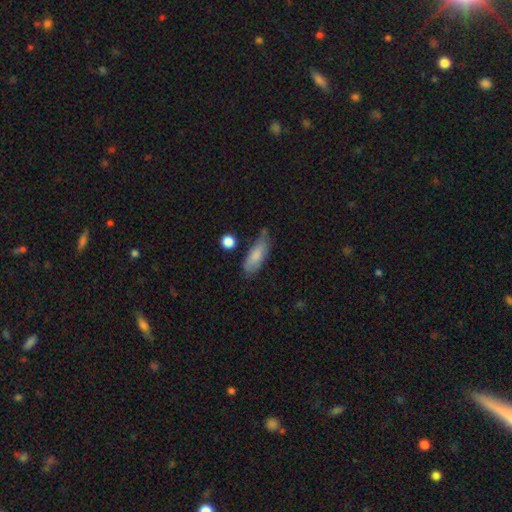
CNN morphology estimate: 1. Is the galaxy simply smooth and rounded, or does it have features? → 76% smooth, 17% featured or disk, 7% star or artifact.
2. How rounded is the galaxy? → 67% in between, 30% cigar-shaped, 2% round.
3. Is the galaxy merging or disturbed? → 57% none, 31% minor disturbance, 8% major disturbance, 5% merger.